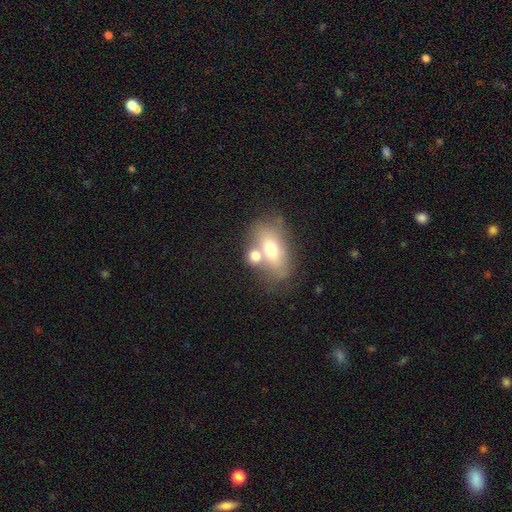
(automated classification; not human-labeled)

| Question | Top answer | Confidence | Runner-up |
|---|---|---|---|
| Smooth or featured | smooth | 65% | featured or disk (26%) |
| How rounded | in between | 79% | round (16%) |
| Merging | merger | 49% | none (33%) |